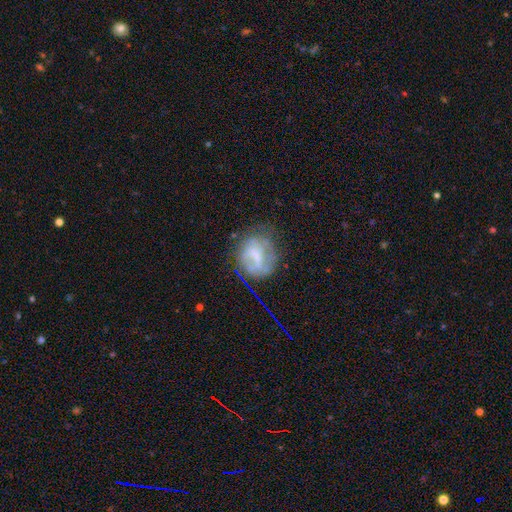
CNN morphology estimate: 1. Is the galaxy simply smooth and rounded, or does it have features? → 51% featured or disk, 38% smooth, 11% star or artifact.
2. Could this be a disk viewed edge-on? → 97% no, 3% yes.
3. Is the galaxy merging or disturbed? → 53% none, 25% minor disturbance, 19% major disturbance, 3% merger.